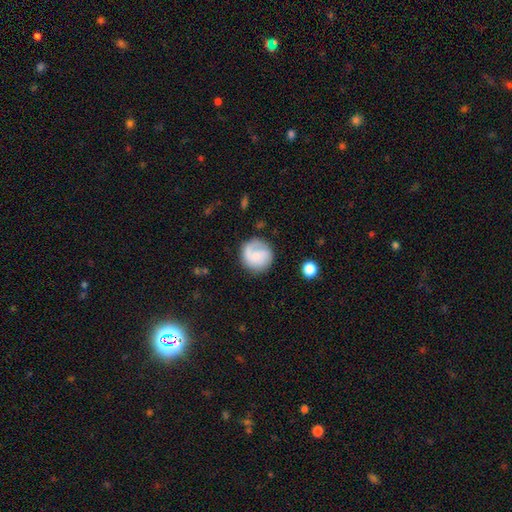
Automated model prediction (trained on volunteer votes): Smooth or featured? featured or disk (48%)
Merging? none (72%)